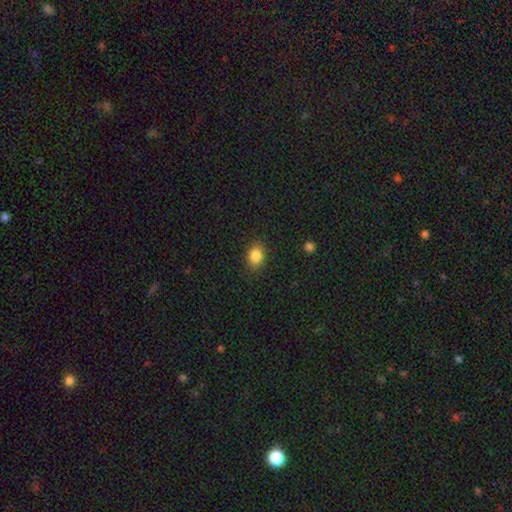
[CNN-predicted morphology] smooth-or-featured: smooth: 85% | star or artifact: 10% | featured or disk: 5%
  how-rounded: in between: 63% | round: 36% | cigar-shaped: 1%
  merging: none: 86% | minor disturbance: 10% | major disturbance: 3% | merger: 1%